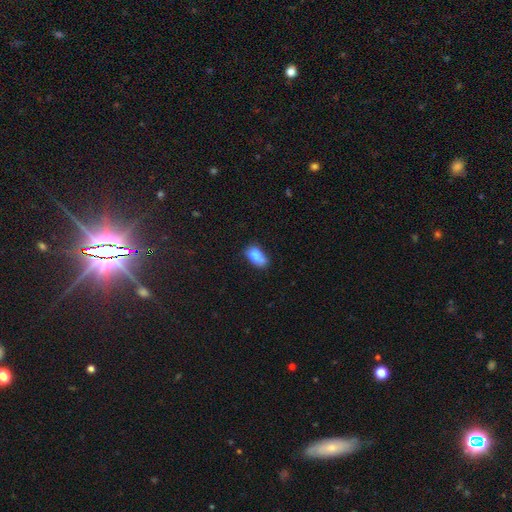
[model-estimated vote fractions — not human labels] Smooth or featured? Predicted: smooth (p=0.76). How rounded? Predicted: in between (p=0.87). Merging? Predicted: none (p=0.36).